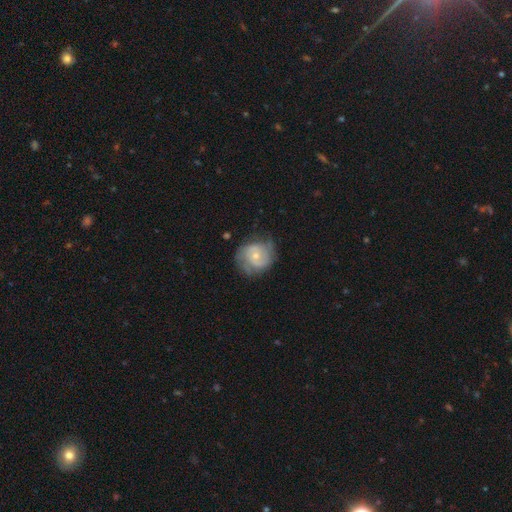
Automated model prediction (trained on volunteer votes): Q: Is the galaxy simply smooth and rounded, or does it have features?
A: featured or disk — 65%.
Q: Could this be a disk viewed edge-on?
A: no — 98%.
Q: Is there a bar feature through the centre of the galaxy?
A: no — 73%.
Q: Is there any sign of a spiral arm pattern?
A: yes — 84%.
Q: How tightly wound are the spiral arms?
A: tight — 45%.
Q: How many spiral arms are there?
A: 2 — 58%.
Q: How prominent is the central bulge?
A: small — 58%.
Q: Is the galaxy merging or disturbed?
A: none — 62%.